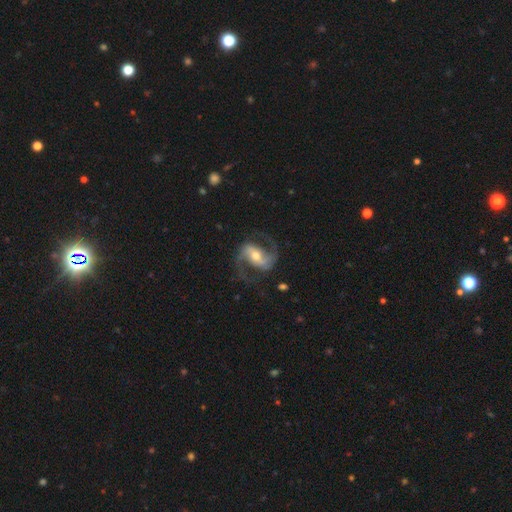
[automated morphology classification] Smooth or featured? Predicted: featured or disk (p=0.90). Edge-on disk? Predicted: no (p=0.97). Bar? Predicted: strong (p=0.39). Spiral arms? Predicted: yes (p=0.97). Spiral winding? Predicted: medium (p=0.52). Spiral arm count? Predicted: 2 (p=0.93). Bulge size? Predicted: moderate (p=0.61). Merging? Predicted: none (p=0.75).